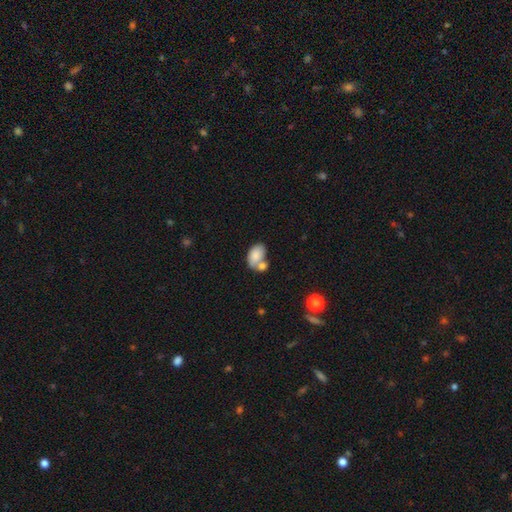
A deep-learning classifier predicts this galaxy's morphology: type=smooth (81%); roundness=in between (90%); merging=merger (49%).